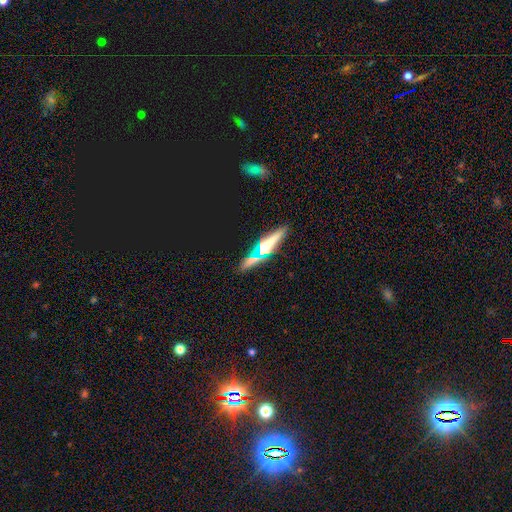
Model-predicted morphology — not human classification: Q: Smooth or featured?
A: featured or disk (42%); runner-up: smooth (37%)
Q: Merging?
A: none (81%); runner-up: minor disturbance (9%)